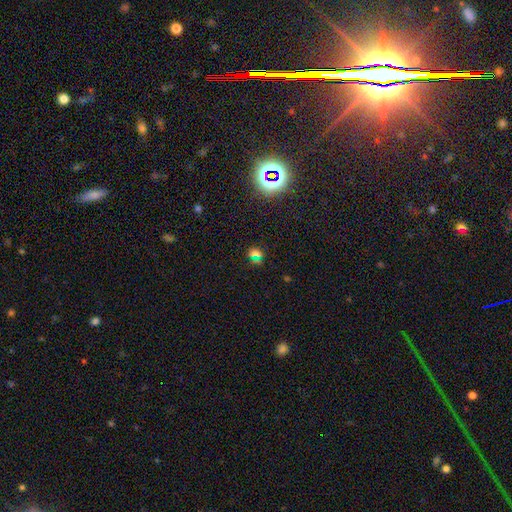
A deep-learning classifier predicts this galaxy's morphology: Smooth or featured: smooth — 47% (star or artifact — 44%)
Merging: none — 76% (minor disturbance — 11%)